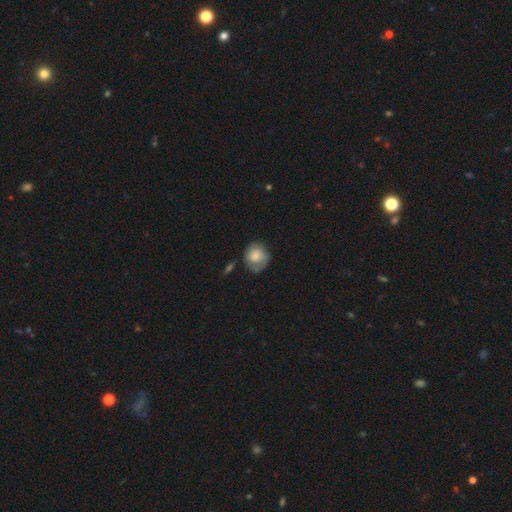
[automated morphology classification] Smooth or featured? smooth (65%)
How rounded? round (75%)
Merging? none (54%)